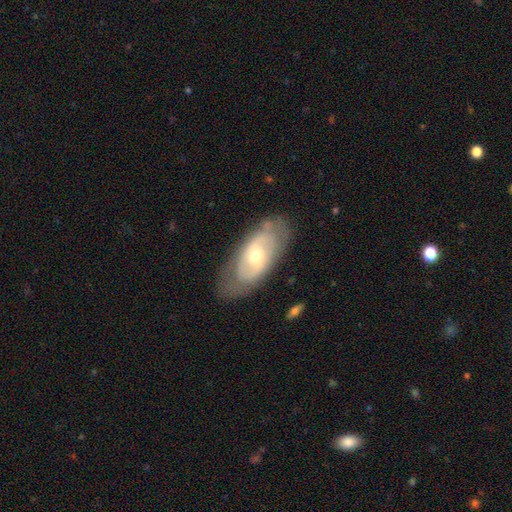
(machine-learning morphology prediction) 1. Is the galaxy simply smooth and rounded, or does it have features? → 61% featured or disk, 33% smooth, 6% star or artifact.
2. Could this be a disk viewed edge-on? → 89% no, 11% yes.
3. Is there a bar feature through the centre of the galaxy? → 62% no, 30% weak, 9% strong.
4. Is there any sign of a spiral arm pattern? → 53% yes, 47% no.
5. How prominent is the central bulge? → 56% moderate, 38% small, 4% large, 1% none, 1% dominant.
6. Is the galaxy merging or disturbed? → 73% none, 19% minor disturbance, 7% major disturbance, 2% merger.